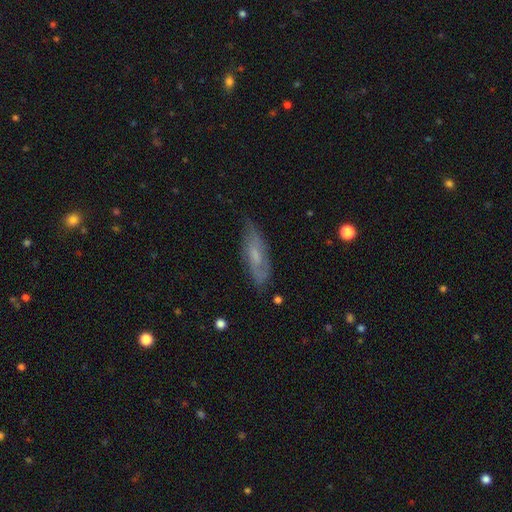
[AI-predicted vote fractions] Morphology: type=featured or disk (48%); merging=none (70%).